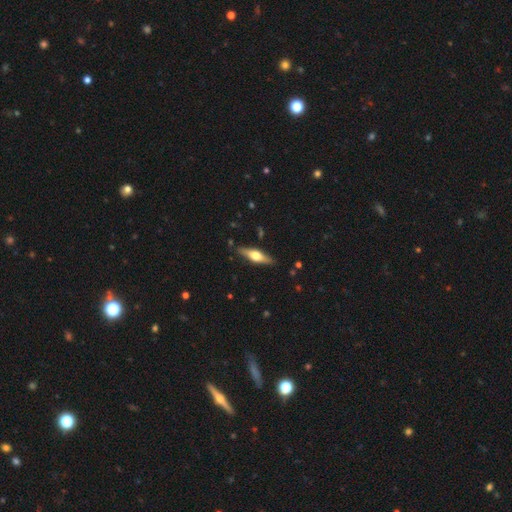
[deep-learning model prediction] Smooth or featured: featured or disk — 59% (smooth — 36%)
Edge-on disk: yes — 94% (no — 6%)
Edge-on bulge: rounded — 93% (boxy — 5%)
Merging: none — 86% (minor disturbance — 10%)